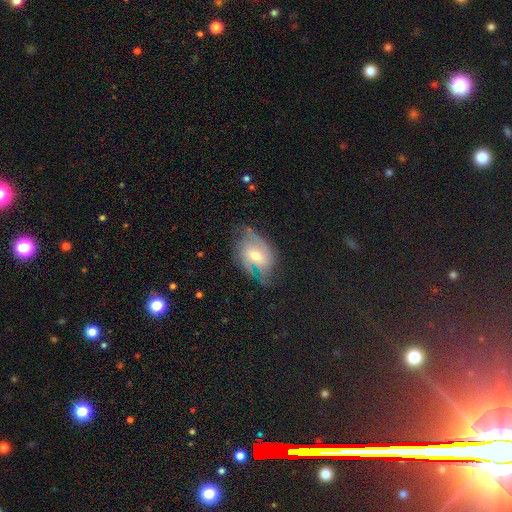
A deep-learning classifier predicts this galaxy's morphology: Smooth or featured? featured or disk (62%)
Edge-on disk? no (95%)
Bar? no (47%)
Spiral arms? yes (85%)
Bulge size? moderate (56%)
Merging? none (55%)